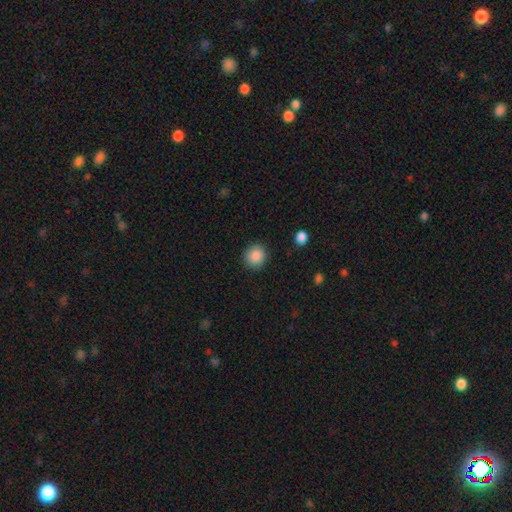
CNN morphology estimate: Overall: smooth (89%). How rounded: round (86%). Merging: none (89%).